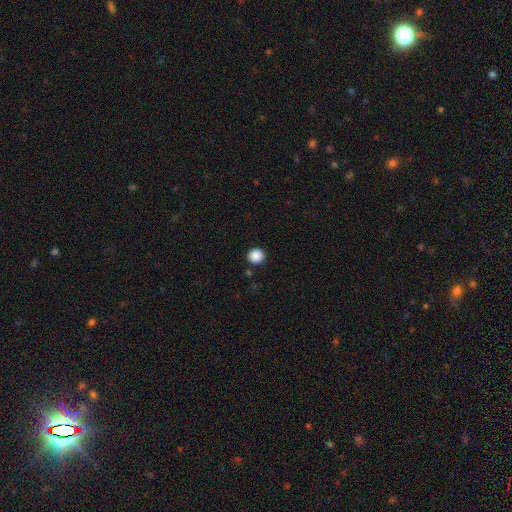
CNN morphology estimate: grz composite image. It shows a smooth galaxy with no disk features (88%) that is round (93%). Merging: none (91%).